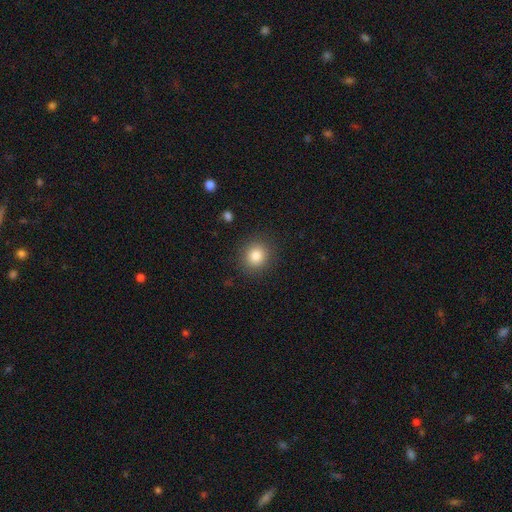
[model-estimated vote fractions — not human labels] smooth-or-featured: smooth: 82% | star or artifact: 11% | featured or disk: 7%
  how-rounded: round: 86% | in between: 13% | cigar-shaped: 1%
  merging: none: 89% | minor disturbance: 7% | major disturbance: 3% | merger: 1%